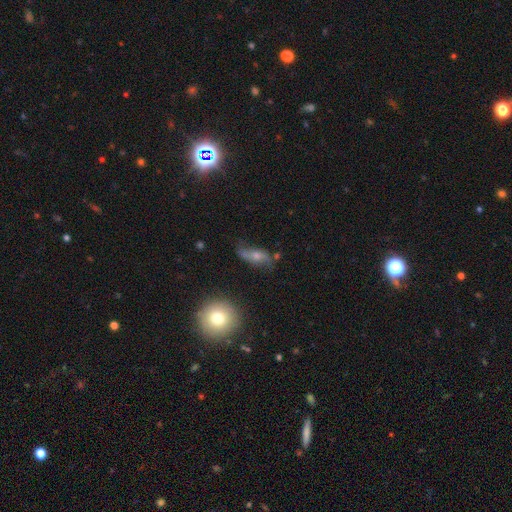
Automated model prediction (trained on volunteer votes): Overall: featured or disk (53%; smooth 36%). Edge-on disk: no (79%). Merging: none (53%; minor disturbance 26%).